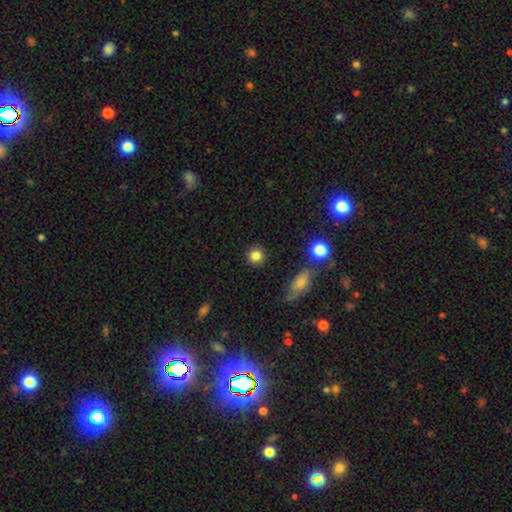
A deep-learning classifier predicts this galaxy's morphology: type=smooth (83%); roundness=round (91%); merging=none (89%).